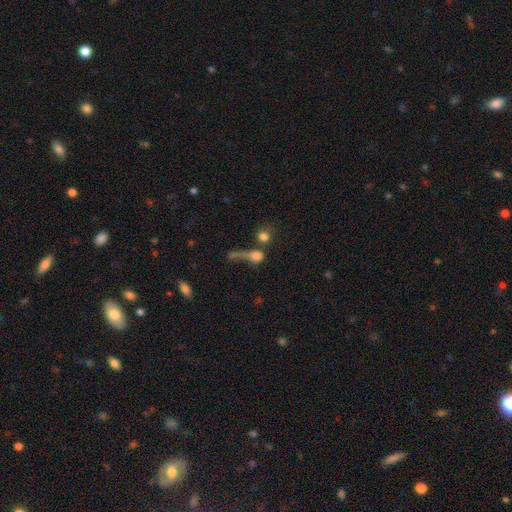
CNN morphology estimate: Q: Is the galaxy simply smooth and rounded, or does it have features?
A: smooth — 69%.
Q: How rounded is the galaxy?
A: round — 64%.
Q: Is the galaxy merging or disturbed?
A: merger — 36%.